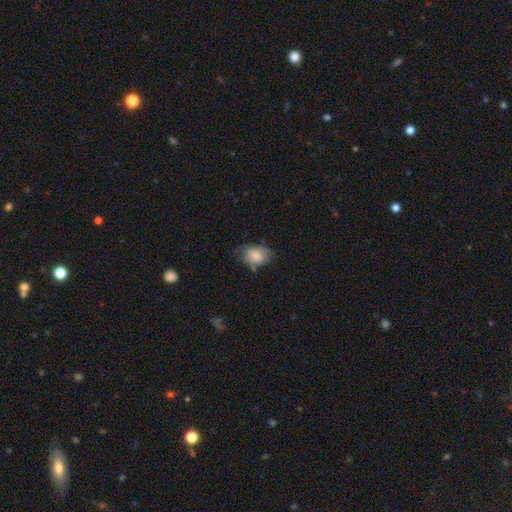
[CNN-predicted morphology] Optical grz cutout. It shows a smooth galaxy with no disk features (77%) that is in between round and cigar-shaped (74%). Merging: none (55%).